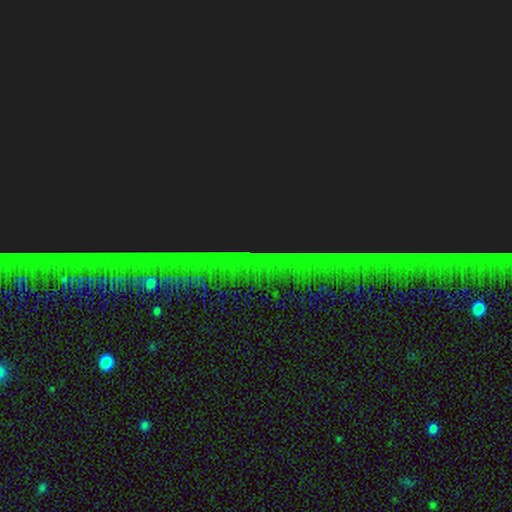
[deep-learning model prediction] smooth-or-featured: star or artifact: 87% | featured or disk: 7% | smooth: 6%